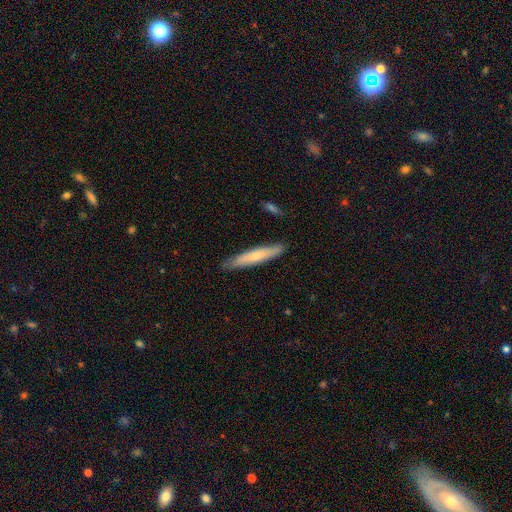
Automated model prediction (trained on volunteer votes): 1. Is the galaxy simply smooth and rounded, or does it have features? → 57% smooth, 37% featured or disk, 6% star or artifact.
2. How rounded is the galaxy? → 93% cigar-shaped, 6% in between, 1% round.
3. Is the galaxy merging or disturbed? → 86% none, 11% minor disturbance, 2% major disturbance, 1% merger.